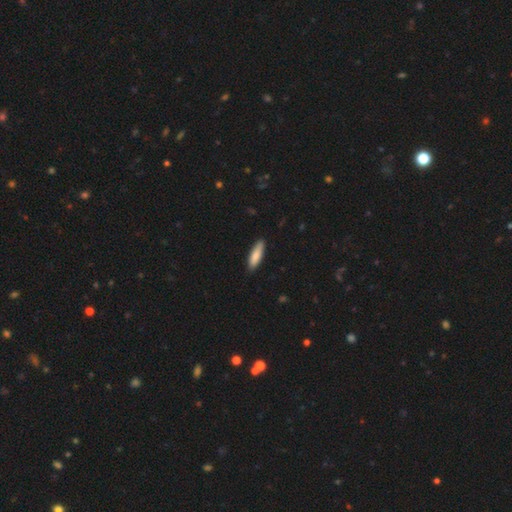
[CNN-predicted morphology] This appears to be a smooth galaxy with no disk features (85%) that is cigar-shaped (59%). Merging: none (86%).